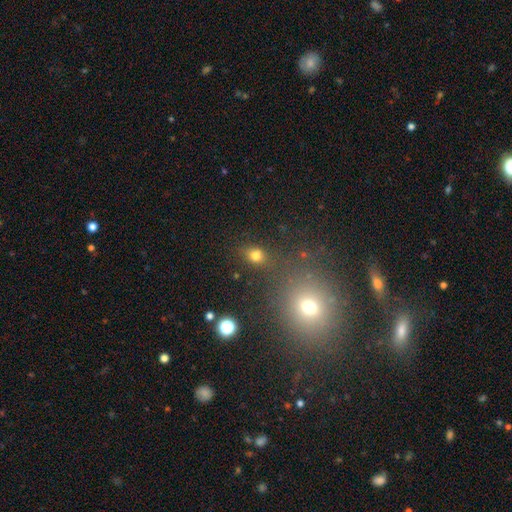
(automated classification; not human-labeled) This appears to be a smooth galaxy with no disk features (75%) that is in between round and cigar-shaped (50%). Merging: none (74%).